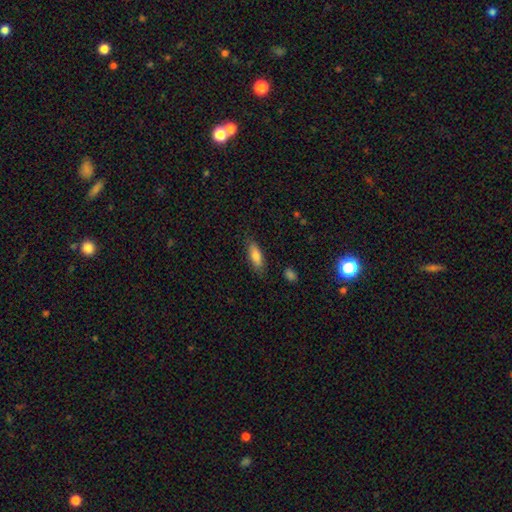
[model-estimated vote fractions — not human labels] Smooth or featured: smooth — 82% (featured or disk — 12%)
How rounded: in between — 66% (cigar-shaped — 32%)
Merging: none — 81% (minor disturbance — 14%)